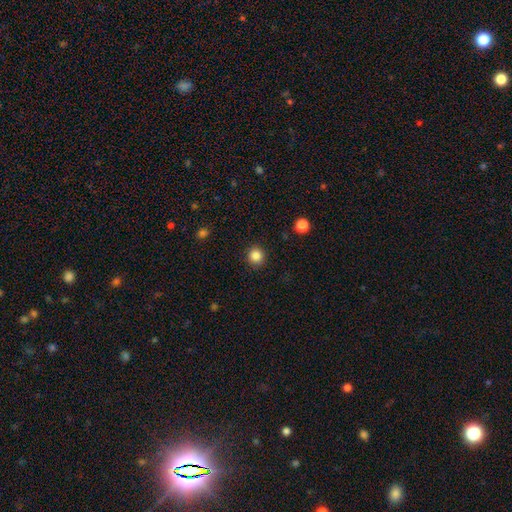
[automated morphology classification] This appears to be a smooth galaxy with no disk features (85%) that is round (93%). Merging: none (92%).